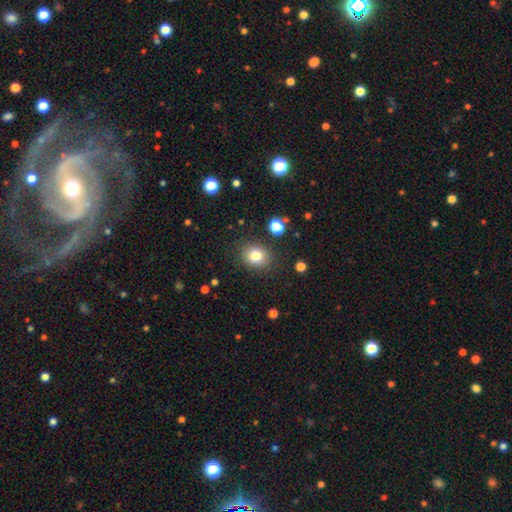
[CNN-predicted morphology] This is clearly a smooth galaxy (81%). How rounded: likely round (65%). Merging: clearly none (85%).